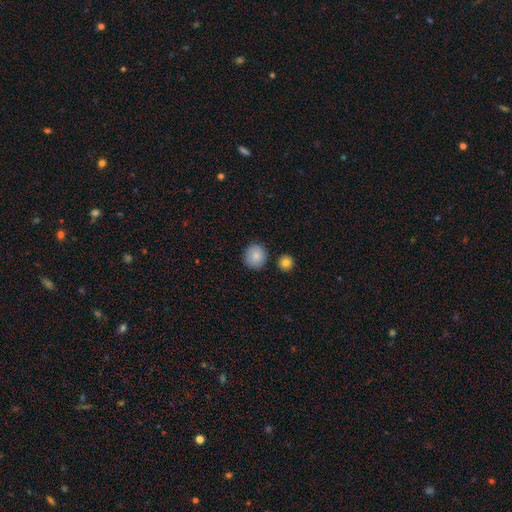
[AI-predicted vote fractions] Overall: smooth (86%). How rounded: round (87%). Merging: none (86%).